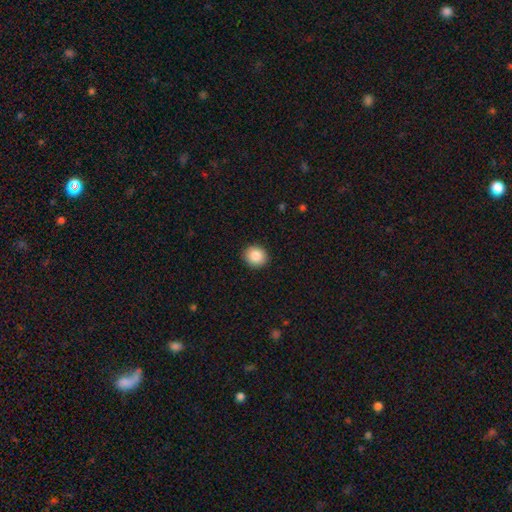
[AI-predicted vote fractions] smooth 87%, star or artifact 8%, featured or disk 5%. Down the decision tree: how rounded — round (81%); merging — none (91%).